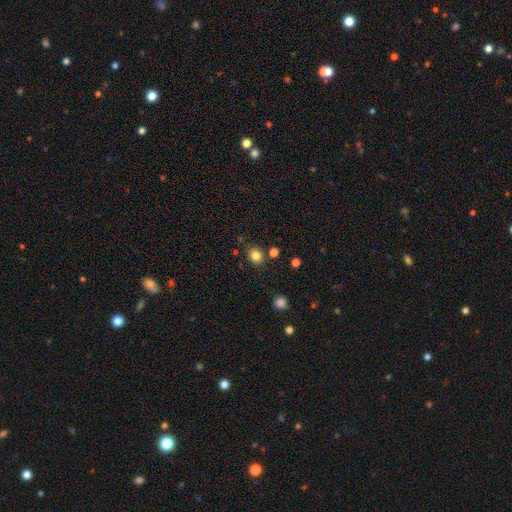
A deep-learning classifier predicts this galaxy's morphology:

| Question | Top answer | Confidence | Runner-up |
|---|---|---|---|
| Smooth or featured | smooth | 82% | star or artifact (12%) |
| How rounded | round | 53% | in between (46%) |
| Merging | none | 78% | minor disturbance (13%) |